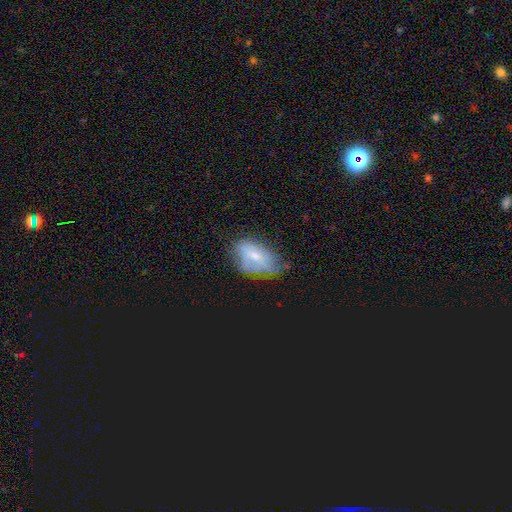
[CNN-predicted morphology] Smooth or featured? smooth (45%)
Merging? none (51%)